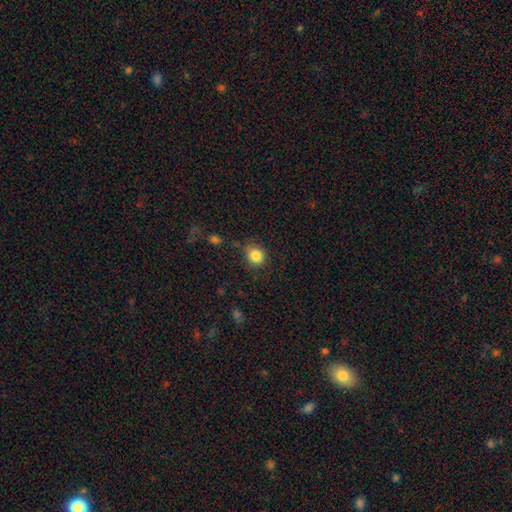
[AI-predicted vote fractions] Smooth or featured: smooth — 84% (star or artifact — 10%)
How rounded: round — 79% (in between — 20%)
Merging: none — 77% (minor disturbance — 15%)